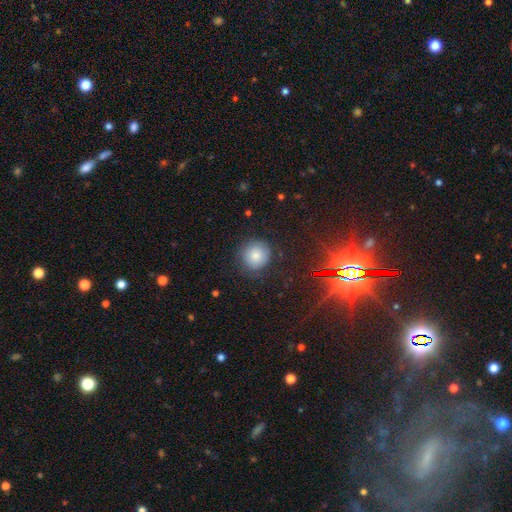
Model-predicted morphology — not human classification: Q: Smooth or featured?
A: smooth (78%); runner-up: star or artifact (12%)
Q: How rounded?
A: round (89%); runner-up: in between (10%)
Q: Merging?
A: none (80%); runner-up: minor disturbance (14%)